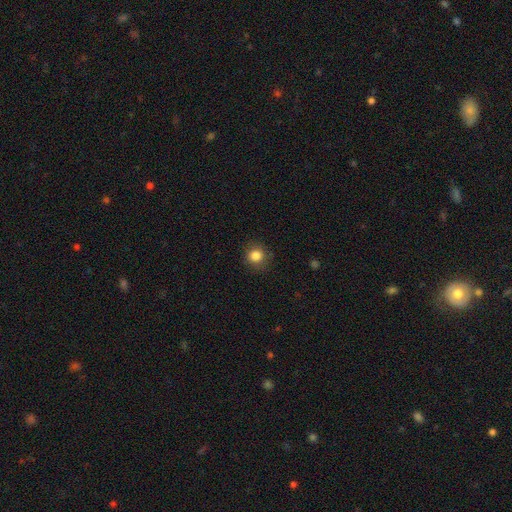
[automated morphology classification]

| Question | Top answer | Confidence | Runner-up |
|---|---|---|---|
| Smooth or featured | smooth | 84% | star or artifact (11%) |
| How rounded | round | 88% | in between (11%) |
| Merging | none | 86% | minor disturbance (10%) |